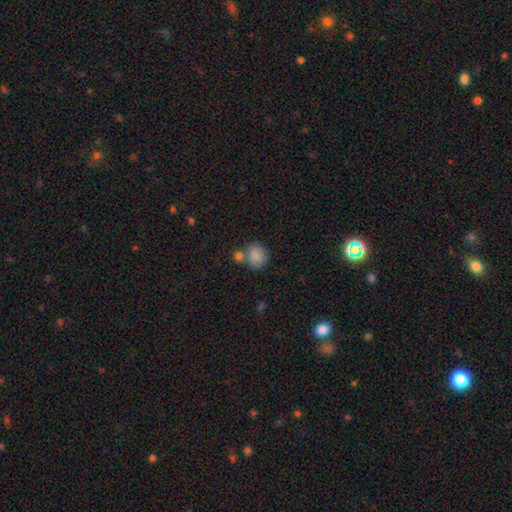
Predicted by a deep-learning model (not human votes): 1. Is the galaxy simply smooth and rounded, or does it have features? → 86% smooth, 8% star or artifact, 6% featured or disk.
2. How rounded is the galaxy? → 79% round, 20% in between, 1% cigar-shaped.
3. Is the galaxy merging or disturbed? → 58% none, 26% merger, 12% minor disturbance, 4% major disturbance.